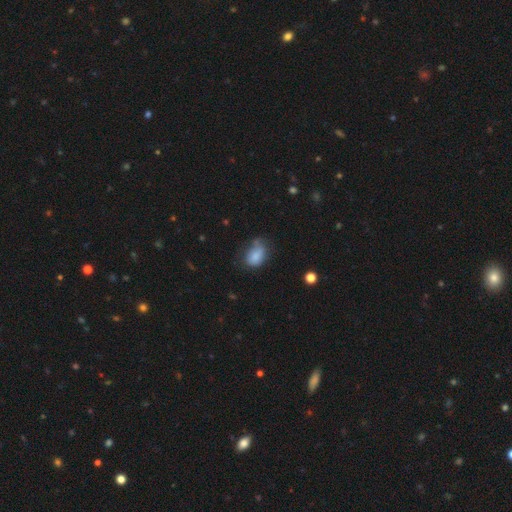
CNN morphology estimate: The model was most divided on "merging": none: 43%, minor disturbance: 37%, major disturbance: 16%, merger: 5%. More confident: how rounded — in between (80%); smooth or featured — smooth (79%).